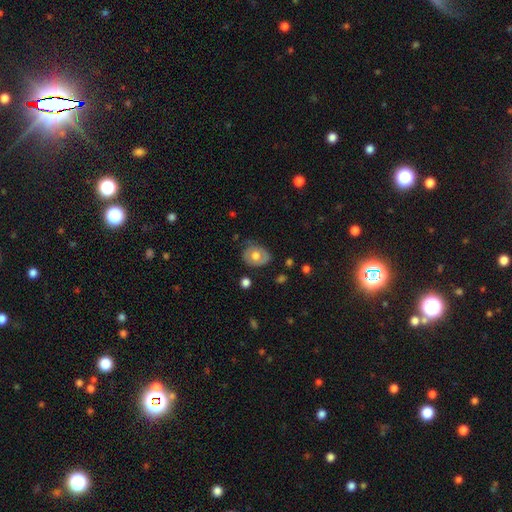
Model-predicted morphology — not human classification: This appears to be a smooth galaxy with no disk features (59%) that is in between round and cigar-shaped (54%). Merging: none (69%).